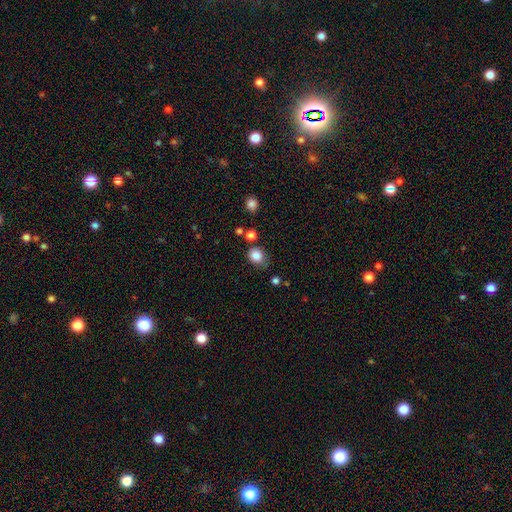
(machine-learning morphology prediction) Overall: smooth (84%). How rounded: round (61%; in between 38%). Merging: none (66%).